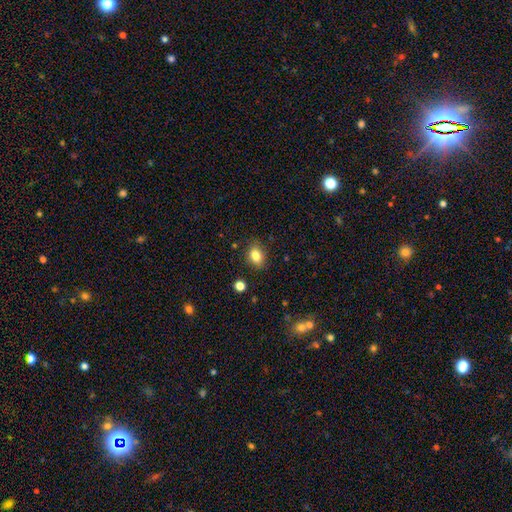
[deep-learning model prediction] A smooth galaxy with no disk features (83%) that is in between round and cigar-shaped (66%).

Vote fractions:
- Smooth or featured? smooth: 83% / star or artifact: 10% / featured or disk: 7%
- How rounded? in between: 66% / round: 33% / cigar-shaped: 1%
- Merging? none: 83% / minor disturbance: 12% / major disturbance: 3% / merger: 2%